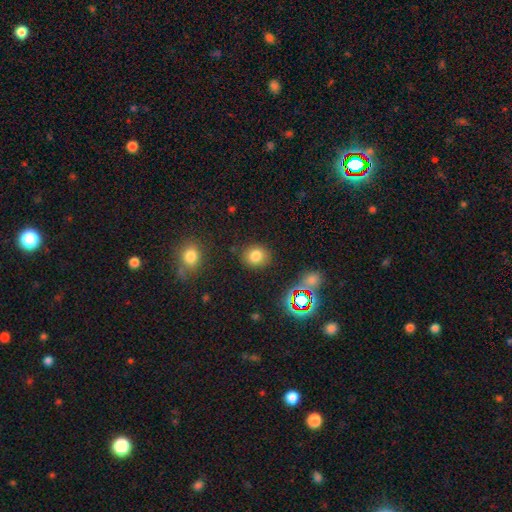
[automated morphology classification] smooth-or-featured: smooth: 79% | star or artifact: 15% | featured or disk: 6%
  how-rounded: round: 76% | in between: 23% | cigar-shaped: 1%
  merging: none: 84% | minor disturbance: 10% | major disturbance: 3% | merger: 3%